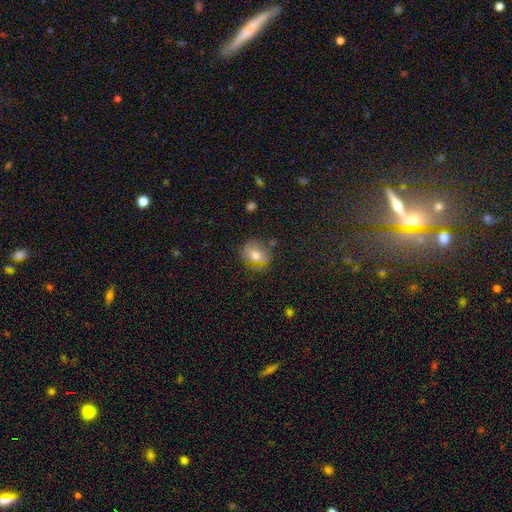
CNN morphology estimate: Smooth or featured? Predicted: smooth (p=0.62). How rounded? Predicted: round (p=0.64). Merging? Predicted: none (p=0.66).